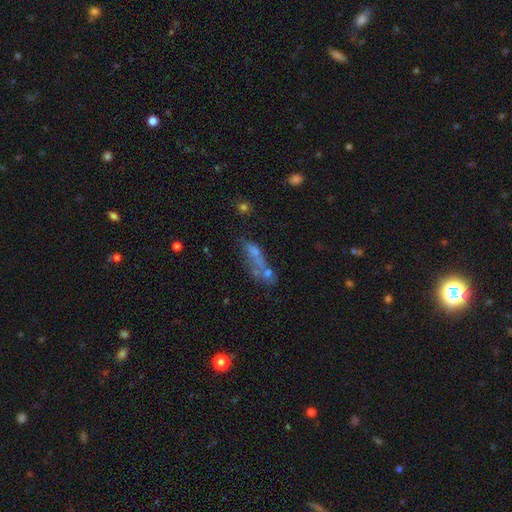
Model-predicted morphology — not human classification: This appears to be a smooth galaxy with no disk features (47%). Merging: merger (36%).